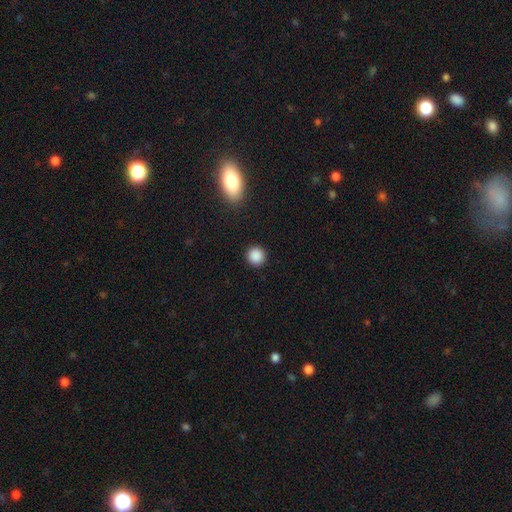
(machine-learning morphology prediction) Q: Smooth or featured?
A: smooth (88%); runner-up: star or artifact (10%)
Q: How rounded?
A: round (94%); runner-up: in between (5%)
Q: Merging?
A: none (92%); runner-up: minor disturbance (5%)